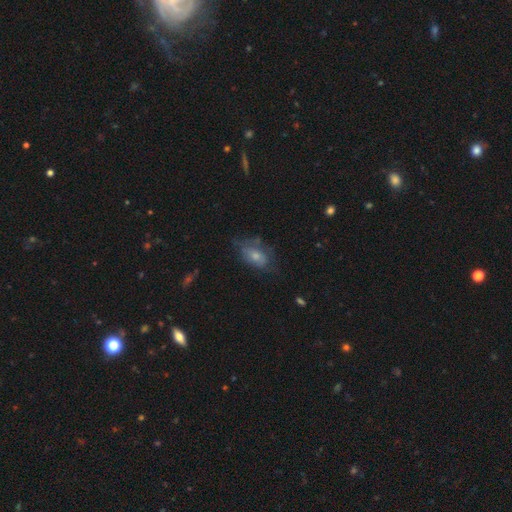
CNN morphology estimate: type=smooth (60%); roundness=in between (88%); merging=none (49%).